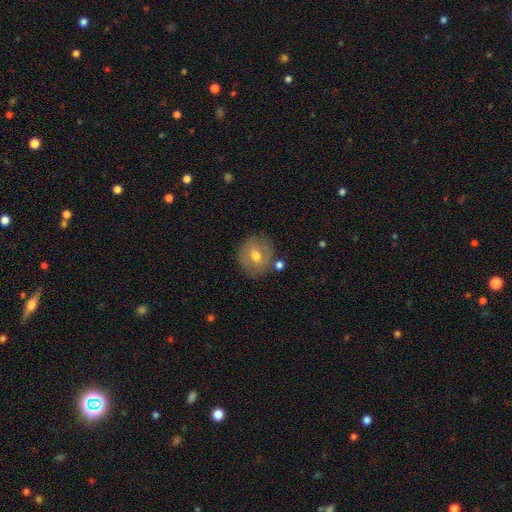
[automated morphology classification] The model was most divided on "smooth or featured": smooth: 63%, featured or disk: 28%, star or artifact: 9%. More confident: how rounded — round (89%); merging — none (79%).